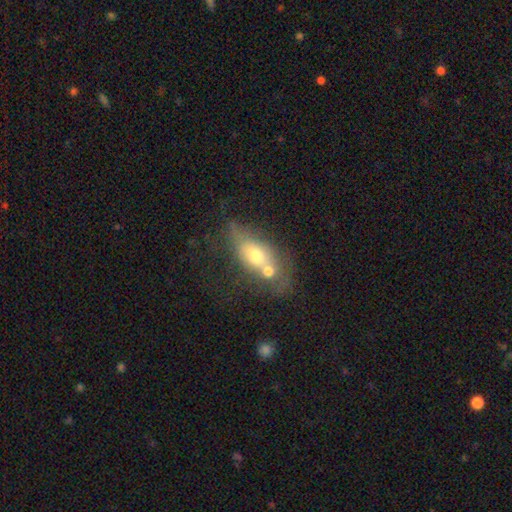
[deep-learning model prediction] Smooth or featured? Predicted: smooth (p=0.58). How rounded? Predicted: in between (p=0.74). Merging? Predicted: merger (p=0.46).